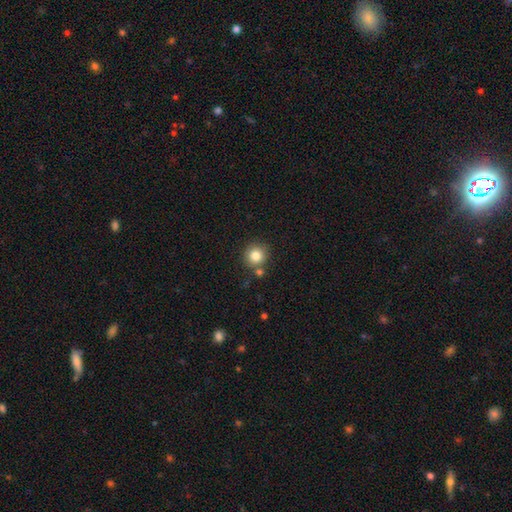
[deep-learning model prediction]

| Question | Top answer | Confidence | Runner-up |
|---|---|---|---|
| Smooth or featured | smooth | 83% | star or artifact (10%) |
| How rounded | round | 92% | in between (7%) |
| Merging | none | 76% | merger (12%) |